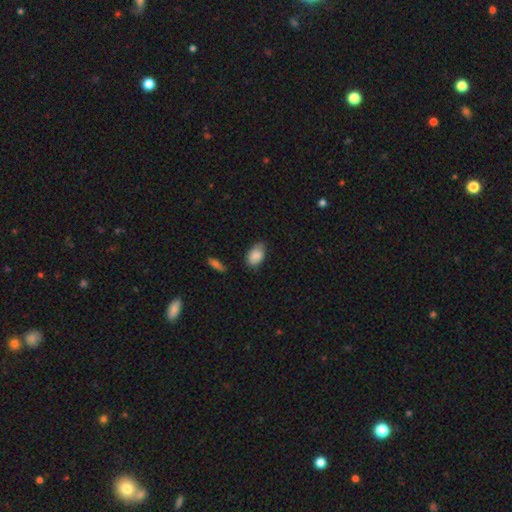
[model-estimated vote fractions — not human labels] Overall: smooth (85%). How rounded: in between (91%). Merging: none (69%).